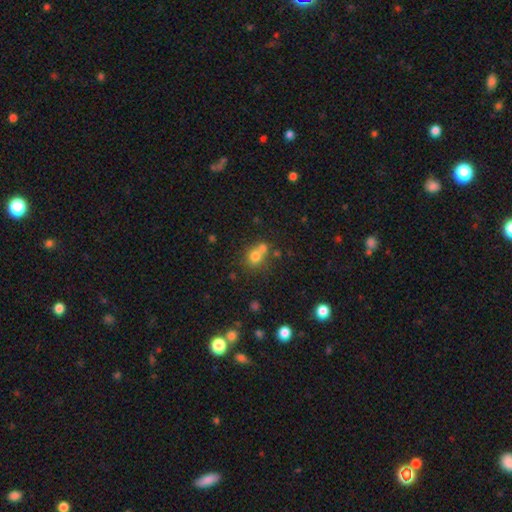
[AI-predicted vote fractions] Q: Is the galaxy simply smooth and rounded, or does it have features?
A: smooth — 71%.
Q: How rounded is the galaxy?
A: round — 79%.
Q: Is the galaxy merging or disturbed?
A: merger — 45%.